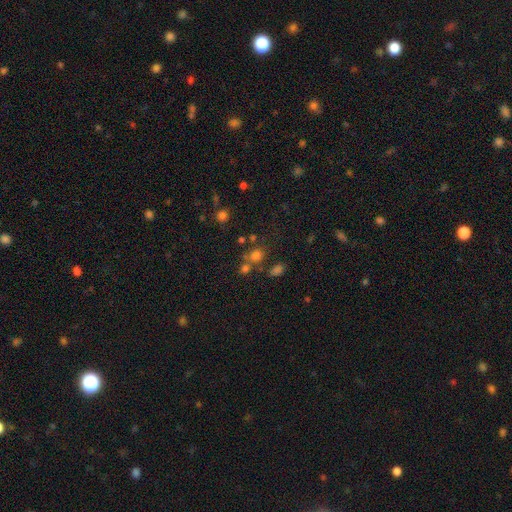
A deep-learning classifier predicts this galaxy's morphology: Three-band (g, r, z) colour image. It shows a smooth galaxy with no disk features (70%) that is round (72%). Merging: none (60%).